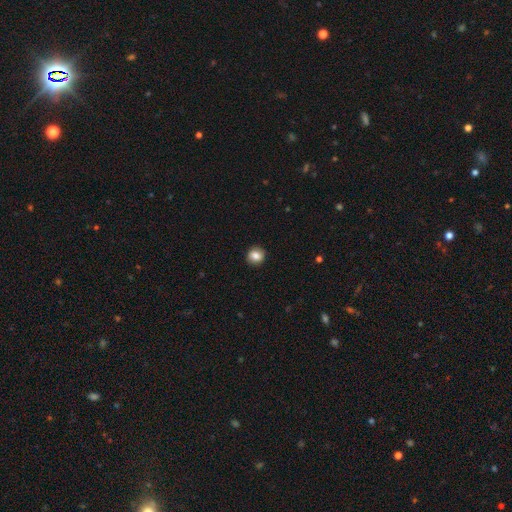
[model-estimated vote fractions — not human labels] Overall: smooth (82%). How rounded: round (88%). Merging: none (91%).